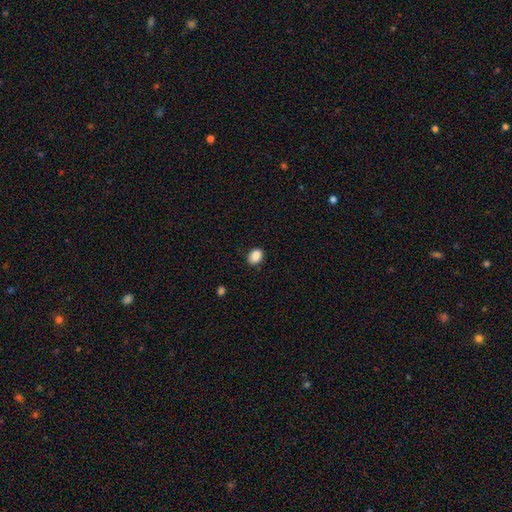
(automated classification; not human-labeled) This is clearly a smooth galaxy (88%). How rounded: likely in between (65%). Merging: clearly none (84%).